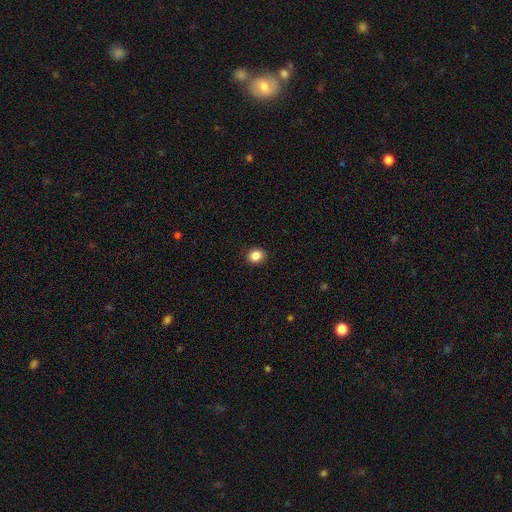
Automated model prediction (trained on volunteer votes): Overall: smooth (86%). How rounded: round (70%; in between 30%). Merging: none (91%).